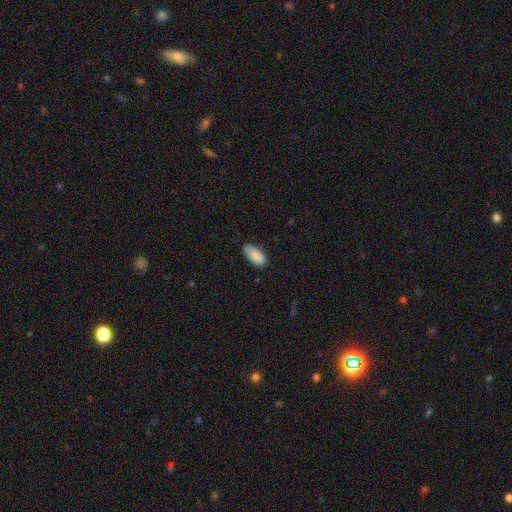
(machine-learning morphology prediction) Q: Smooth or featured?
A: smooth (88%); runner-up: star or artifact (6%)
Q: How rounded?
A: in between (91%); runner-up: cigar-shaped (7%)
Q: Merging?
A: none (77%); runner-up: minor disturbance (19%)